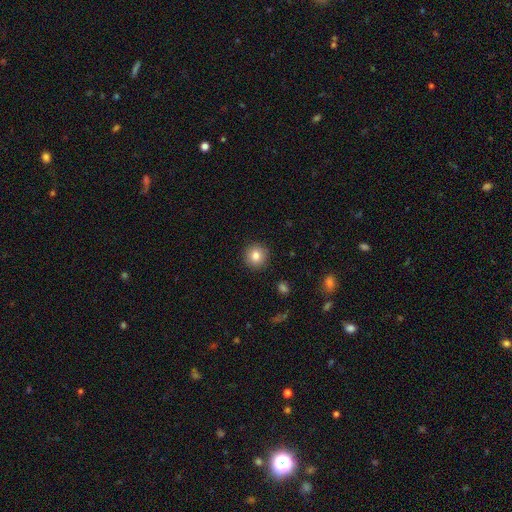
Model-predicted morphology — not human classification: Smooth or featured? smooth (83%)
How rounded? round (94%)
Merging? none (92%)